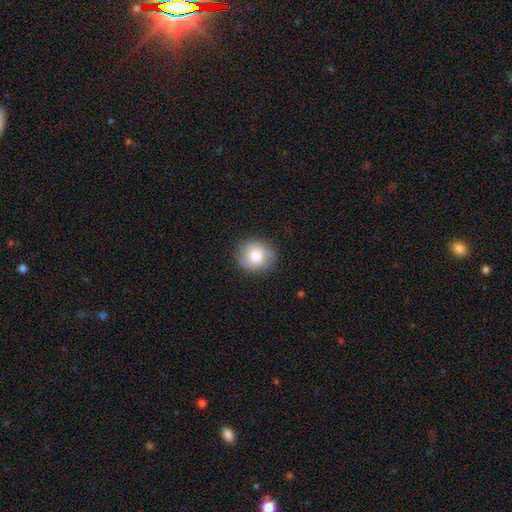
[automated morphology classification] Overall: smooth (66%). How rounded: round (77%). Merging: none (81%).